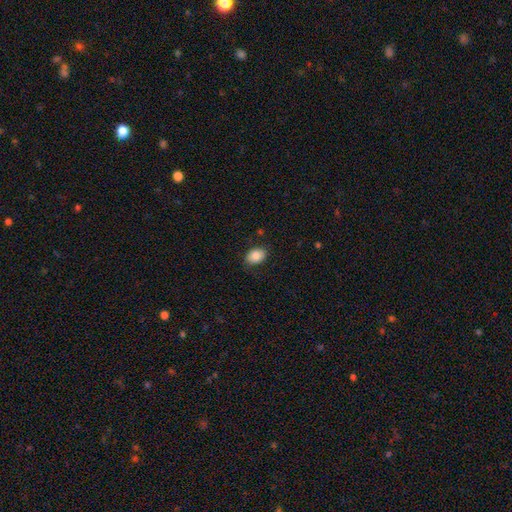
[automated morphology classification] Smooth or featured?
  - smooth: 84% *
  - featured or disk: 9%
  - star or artifact: 8%
How rounded?
  - in between: 77% *
  - round: 22%
  - cigar-shaped: 1%
Merging?
  - none: 83% *
  - minor disturbance: 13%
  - major disturbance: 3%
  - merger: 1%